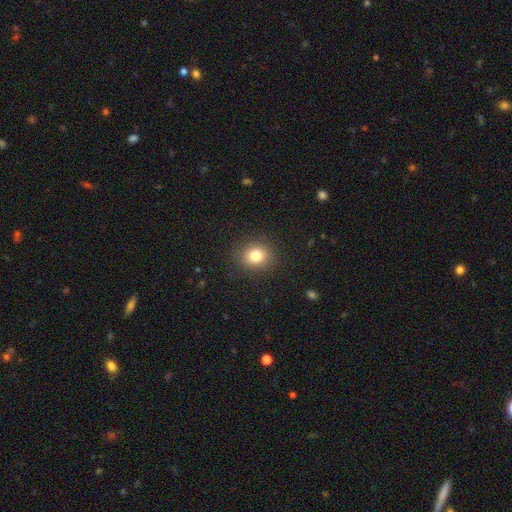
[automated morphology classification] This is clearly a smooth galaxy (81%). How rounded: likely round (75%). Merging: clearly none (89%).